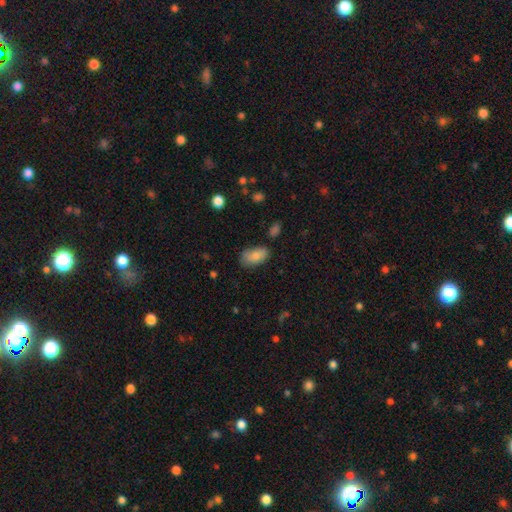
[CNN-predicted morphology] This is clearly a smooth galaxy (83%). How rounded: clearly in between (93%). Merging: likely none (68%).